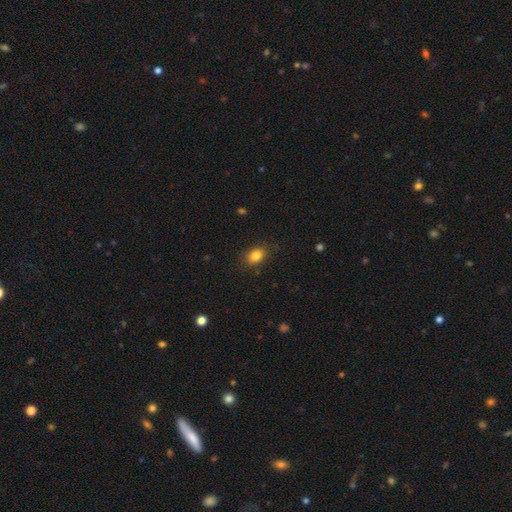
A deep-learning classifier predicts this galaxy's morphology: A smooth galaxy with no disk features (84%) that is in between round and cigar-shaped (72%). Merging: none (85%).